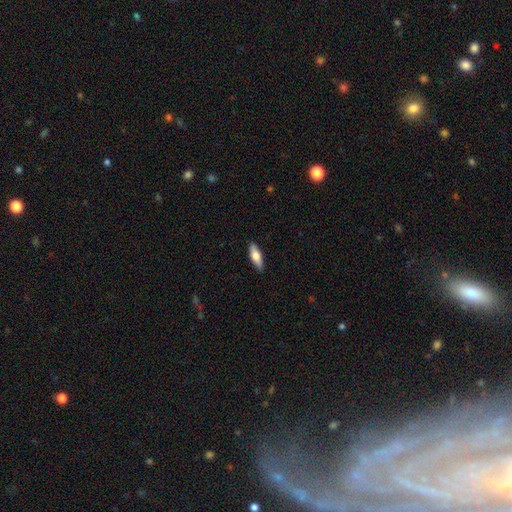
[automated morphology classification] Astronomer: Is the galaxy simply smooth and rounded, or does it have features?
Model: smooth — 68%.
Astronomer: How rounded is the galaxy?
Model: in between — 55% (runner-up: cigar-shaped, 43%).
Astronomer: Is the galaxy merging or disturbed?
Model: none — 89%.